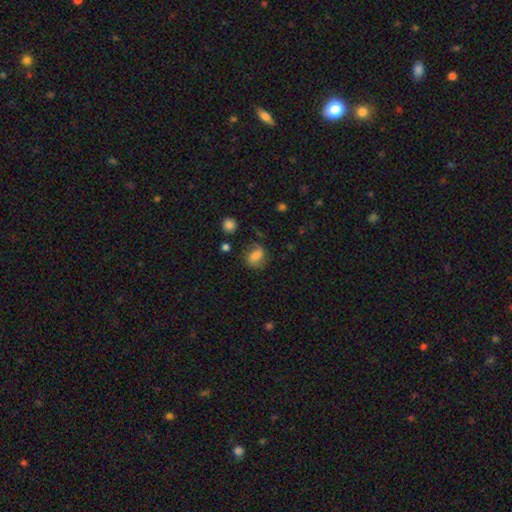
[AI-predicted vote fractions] smooth 59%, featured or disk 31%, star or artifact 11%. Down the decision tree: how rounded — in between (58%); merging — none (63%).